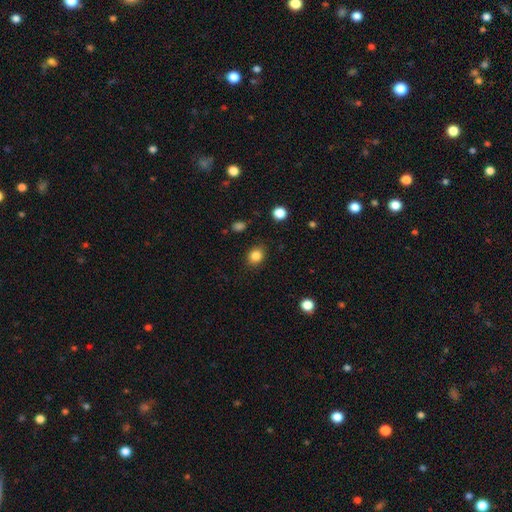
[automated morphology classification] smooth_or_featured: smooth (p=0.84) [alt: star or artifact p=0.11]
how_rounded: round (p=0.64) [alt: in between p=0.35]
merging: none (p=0.86) [alt: minor disturbance p=0.10]